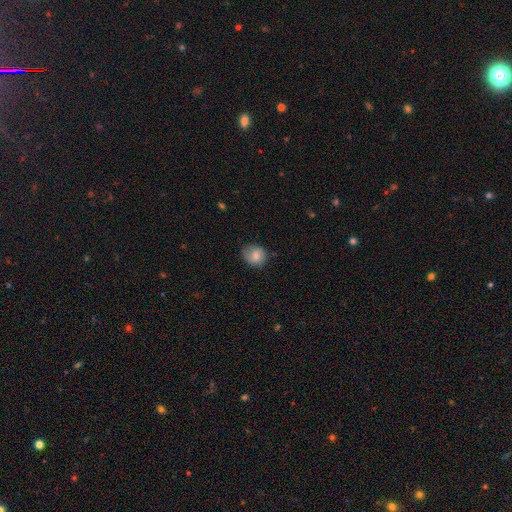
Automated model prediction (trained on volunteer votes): Smooth or featured? Predicted: smooth (p=0.77). How rounded? Predicted: round (p=0.71). Merging? Predicted: none (p=0.73).